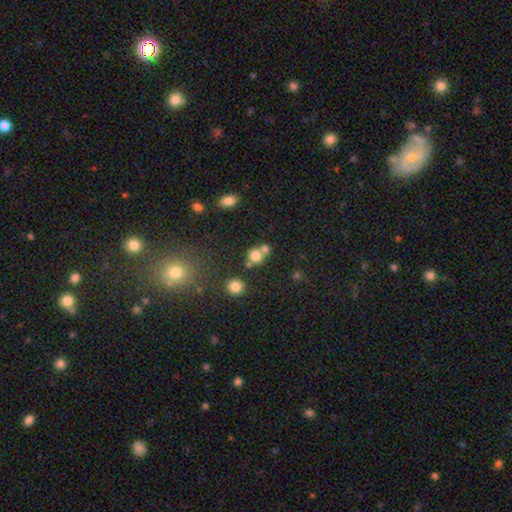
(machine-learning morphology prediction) smooth-or-featured: smooth: 75% | star or artifact: 15% | featured or disk: 11%
  how-rounded: round: 82% | in between: 17% | cigar-shaped: 1%
  merging: merger: 46% | none: 43% | minor disturbance: 8% | major disturbance: 4%